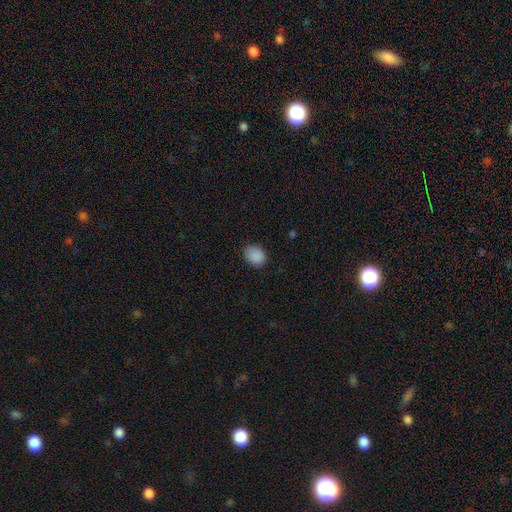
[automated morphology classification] Overall: smooth (88%). How rounded: in between (53%; round 46%). Merging: none (79%).